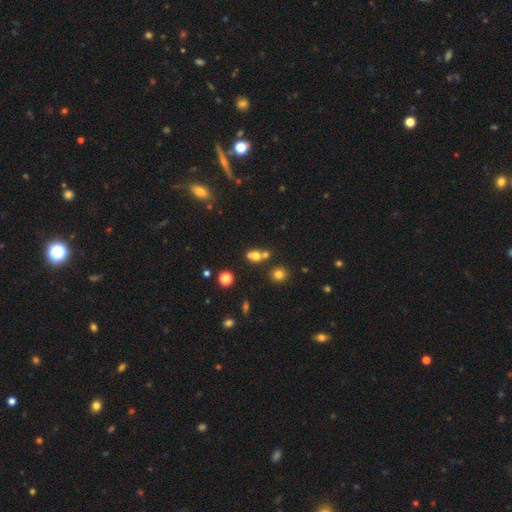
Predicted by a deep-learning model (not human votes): smooth 62%, star or artifact 21%, featured or disk 16%. Down the decision tree: how rounded — round (72%); merging — merger (50%).